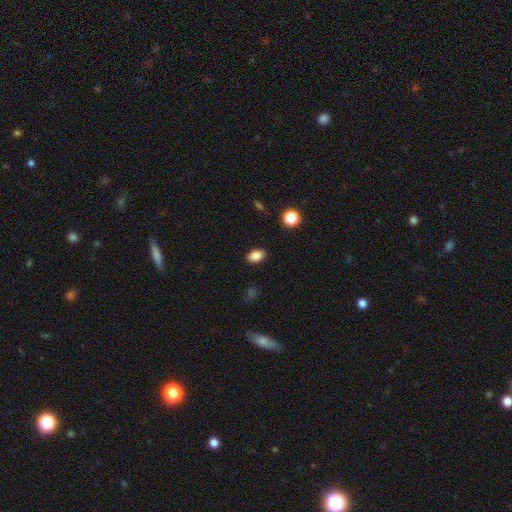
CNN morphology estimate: This appears to be a smooth galaxy with no disk features (85%) that is in between round and cigar-shaped (86%). Merging: none (89%).